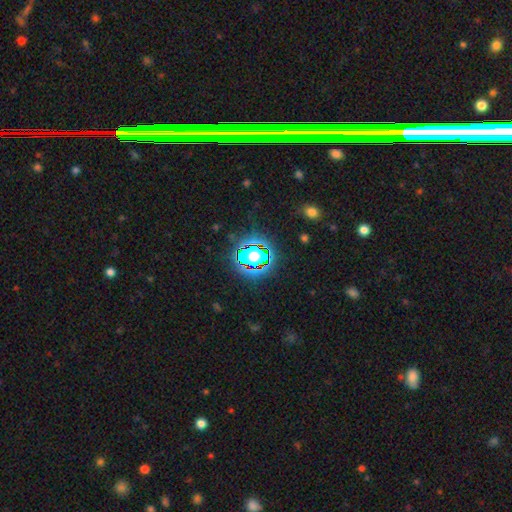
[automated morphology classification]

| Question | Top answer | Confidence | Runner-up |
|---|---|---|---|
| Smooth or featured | star or artifact | 79% | smooth (12%) |